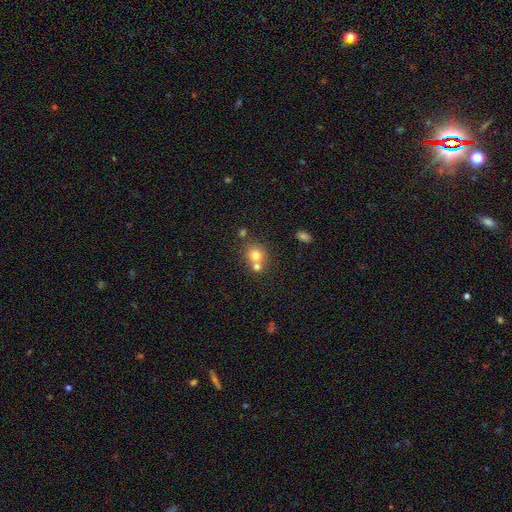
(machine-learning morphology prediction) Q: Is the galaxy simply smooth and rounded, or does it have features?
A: smooth — 73%.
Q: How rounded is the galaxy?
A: round — 82%.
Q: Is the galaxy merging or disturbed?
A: merger — 47%.